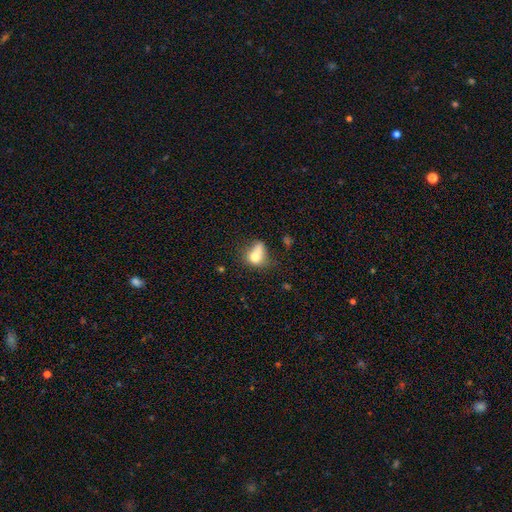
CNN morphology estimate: This is likely a smooth galaxy (69%). How rounded: likely in between (60%). Merging: marginally merger (28%, tied with none).